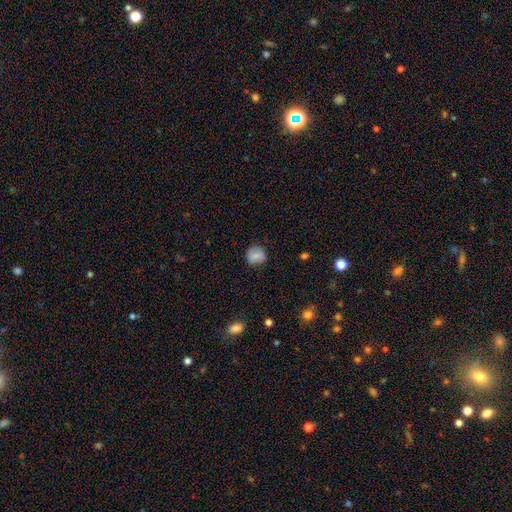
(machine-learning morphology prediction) A smooth galaxy with no disk features (78%) that is round (86%).

Vote fractions:
- Smooth or featured? smooth: 78% / featured or disk: 13% / star or artifact: 9%
- How rounded? round: 86% / in between: 13% / cigar-shaped: 1%
- Merging? none: 80% / minor disturbance: 16% / major disturbance: 3% / merger: 1%